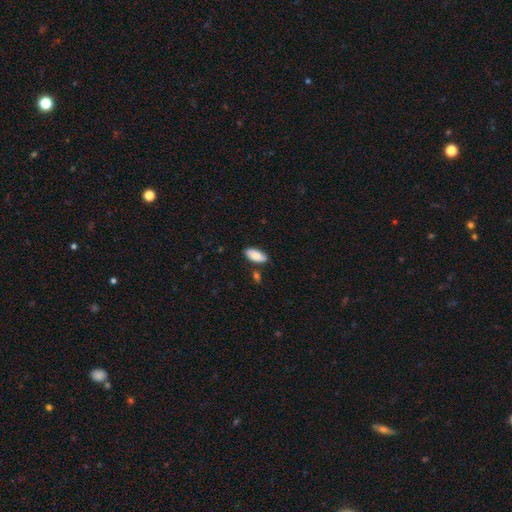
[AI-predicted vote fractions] A smooth galaxy with no disk features (86%) that is in between round and cigar-shaped (90%). Merging: none (76%).